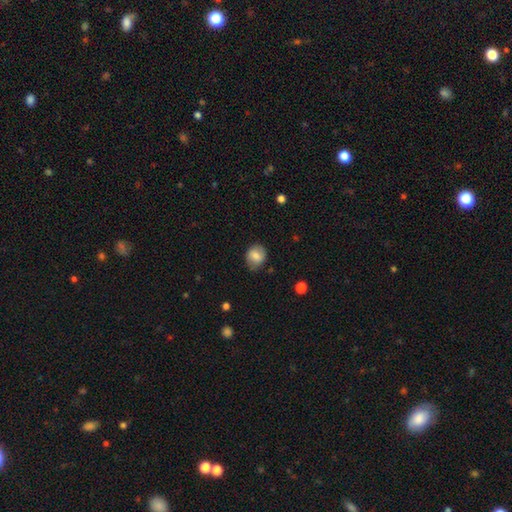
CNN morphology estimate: smooth 74%, featured or disk 19%, star or artifact 8%. Down the decision tree: how rounded — round (58%); merging — none (76%).